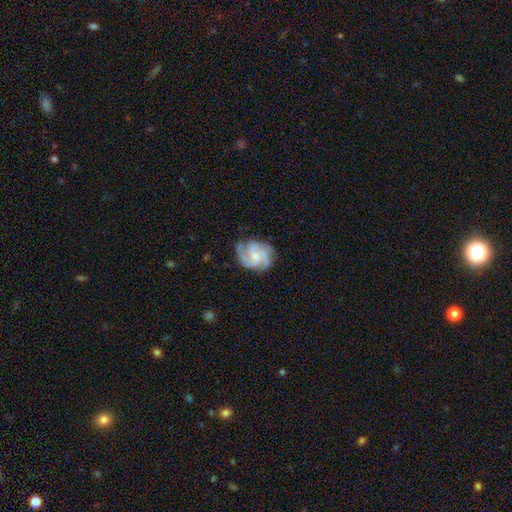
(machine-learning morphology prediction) The model was most divided on "spiral winding": medium: 48%, tight: 41%, loose: 11%. More confident: edge-on disk — no (98%); spiral arms — yes (97%); smooth or featured — featured or disk (85%); merging — none (72%); bar — no (60%); bulge size — small (58%); spiral arm count — 3 (53%).